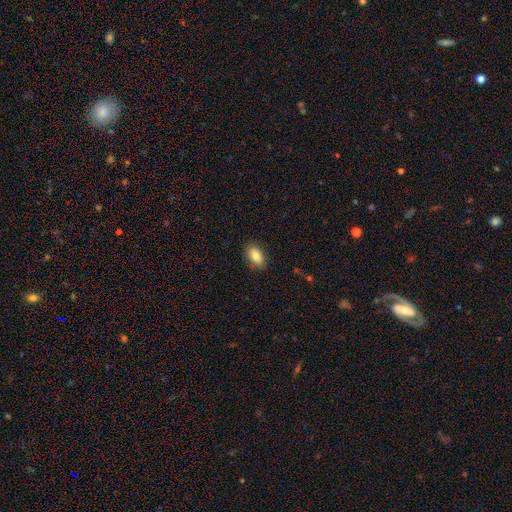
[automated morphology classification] Smooth or featured?
  - smooth: 83% *
  - featured or disk: 9%
  - star or artifact: 8%
How rounded?
  - in between: 90% *
  - round: 8%
  - cigar-shaped: 2%
Merging?
  - none: 85% *
  - minor disturbance: 11%
  - major disturbance: 3%
  - merger: 1%